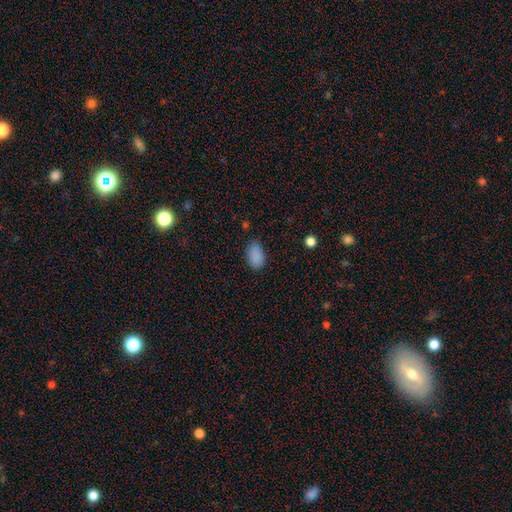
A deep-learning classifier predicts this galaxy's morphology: Smooth or featured?
  - smooth: 87% *
  - star or artifact: 10%
  - featured or disk: 4%
How rounded?
  - in between: 91% *
  - round: 8%
  - cigar-shaped: 2%
Merging?
  - none: 77% *
  - minor disturbance: 18%
  - major disturbance: 4%
  - merger: 1%